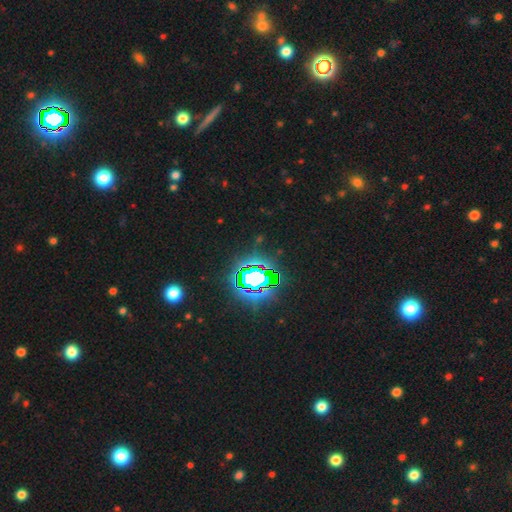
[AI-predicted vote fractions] Q: Smooth or featured?
A: star or artifact (76%); runner-up: smooth (13%)